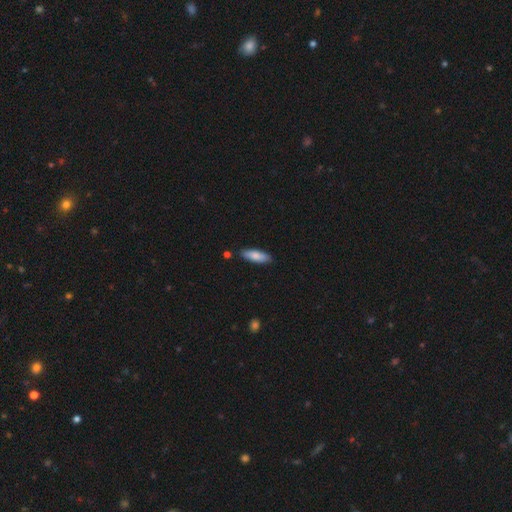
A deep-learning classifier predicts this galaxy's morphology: The model was most divided on "how rounded": in between: 52%, cigar-shaped: 47%, round: 2%. More confident: merging — none (85%); smooth or featured — smooth (81%).